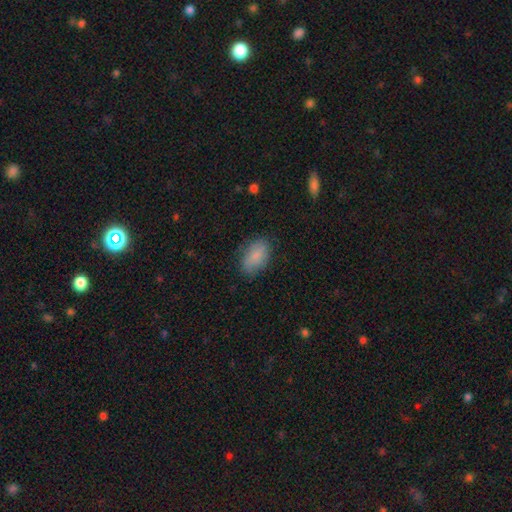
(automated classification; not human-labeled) This is clearly a smooth galaxy (83%). How rounded: clearly in between (91%). Merging: likely none (79%).